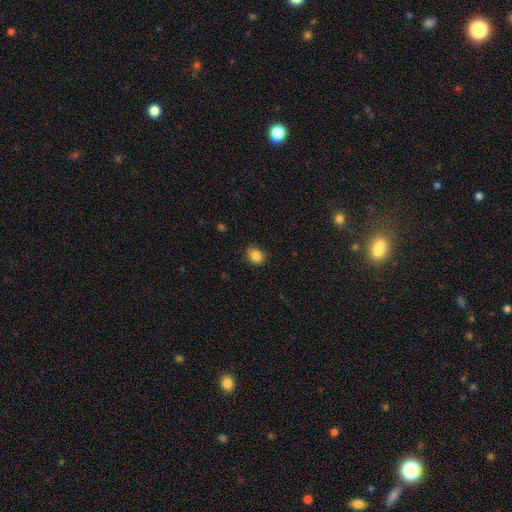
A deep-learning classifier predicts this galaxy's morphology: Smooth or featured? Predicted: smooth (p=0.85). How rounded? Predicted: round (p=0.57). Merging? Predicted: none (p=0.83).